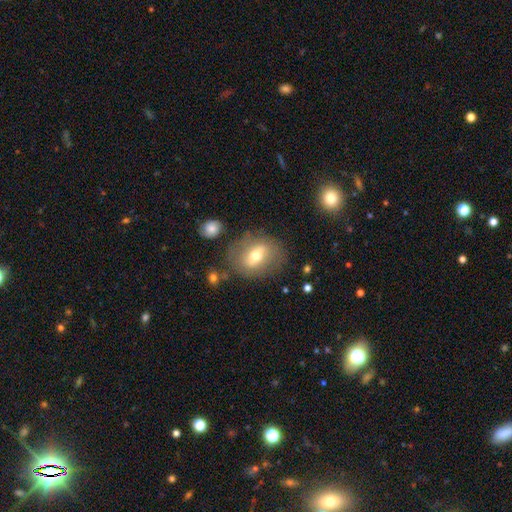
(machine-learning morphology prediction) Q: Smooth or featured?
A: smooth (50%); runner-up: featured or disk (42%)
Q: Merging?
A: none (73%); runner-up: minor disturbance (16%)